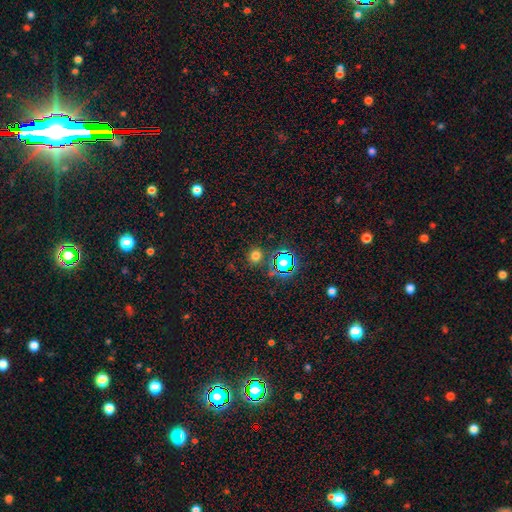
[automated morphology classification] Q: Smooth or featured?
A: smooth (66%); runner-up: star or artifact (28%)
Q: How rounded?
A: round (86%); runner-up: in between (13%)
Q: Merging?
A: none (83%); runner-up: minor disturbance (8%)